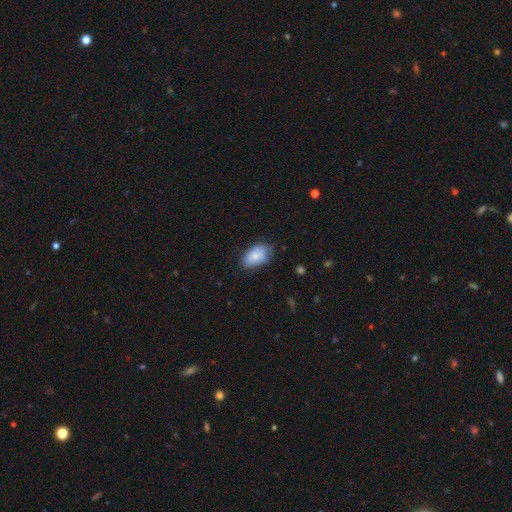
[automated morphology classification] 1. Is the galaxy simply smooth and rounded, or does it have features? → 81% smooth, 12% featured or disk, 7% star or artifact.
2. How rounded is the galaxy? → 93% in between, 5% round, 2% cigar-shaped.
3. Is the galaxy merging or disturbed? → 64% none, 28% minor disturbance, 6% major disturbance, 2% merger.